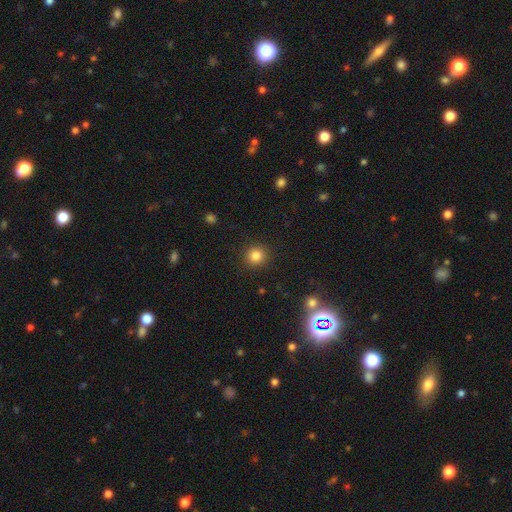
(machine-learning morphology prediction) smooth 83%, star or artifact 12%, featured or disk 5%. Down the decision tree: how rounded — round (91%); merging — none (91%).